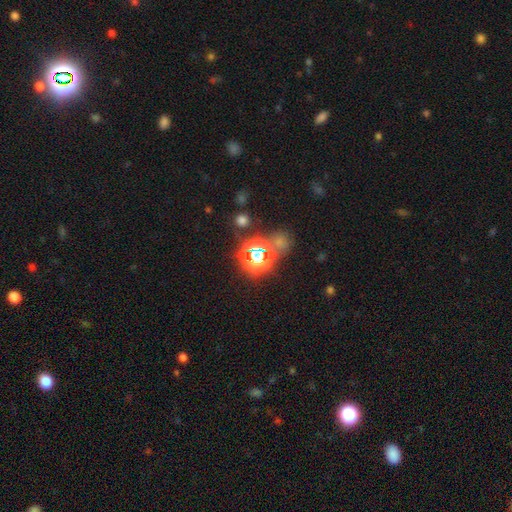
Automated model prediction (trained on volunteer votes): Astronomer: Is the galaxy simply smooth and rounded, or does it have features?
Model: star or artifact — 60%.